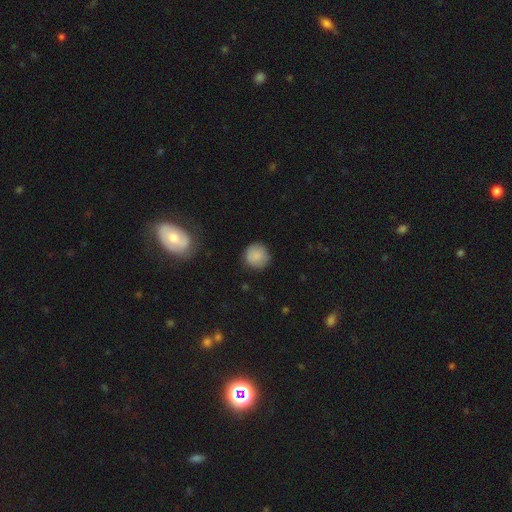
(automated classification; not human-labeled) smooth_or_featured: smooth (p=0.84) [alt: star or artifact p=0.08]
how_rounded: round (p=0.93) [alt: in between p=0.06]
merging: none (p=0.82) [alt: minor disturbance p=0.13]